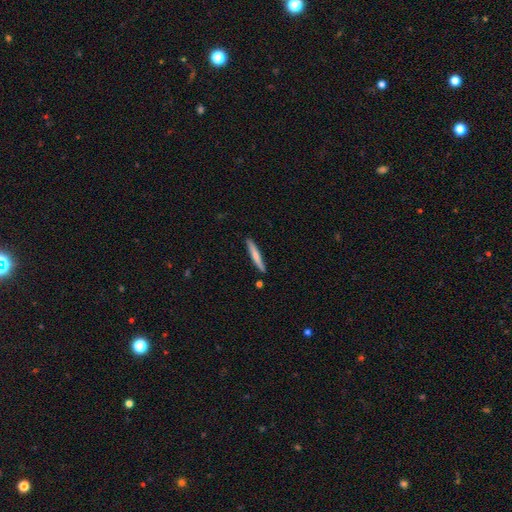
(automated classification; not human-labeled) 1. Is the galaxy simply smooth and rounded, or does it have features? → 63% smooth, 32% featured or disk, 5% star or artifact.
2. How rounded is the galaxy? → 94% cigar-shaped, 5% in between, 1% round.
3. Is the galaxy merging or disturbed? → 86% none, 10% minor disturbance, 2% merger, 2% major disturbance.